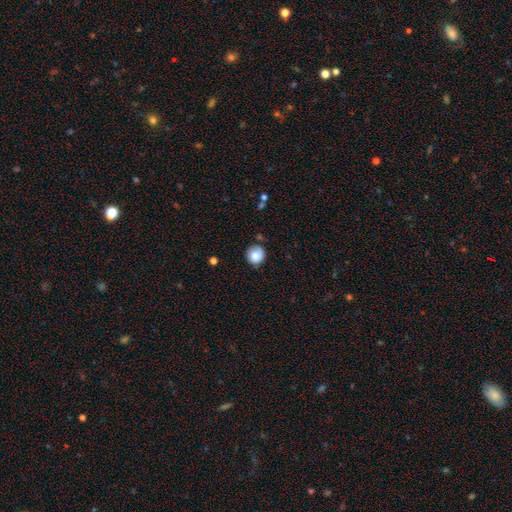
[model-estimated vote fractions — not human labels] This appears to be a smooth galaxy with no disk features (83%) that is round (91%). Merging: none (76%).